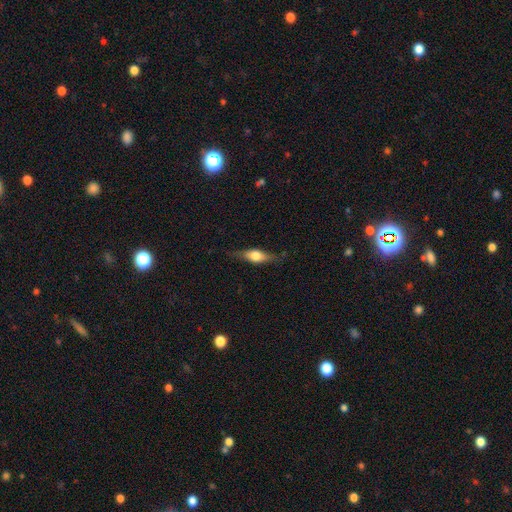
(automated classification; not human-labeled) Q: Smooth or featured?
A: smooth (48%); runner-up: featured or disk (45%)
Q: Merging?
A: none (75%); runner-up: minor disturbance (18%)